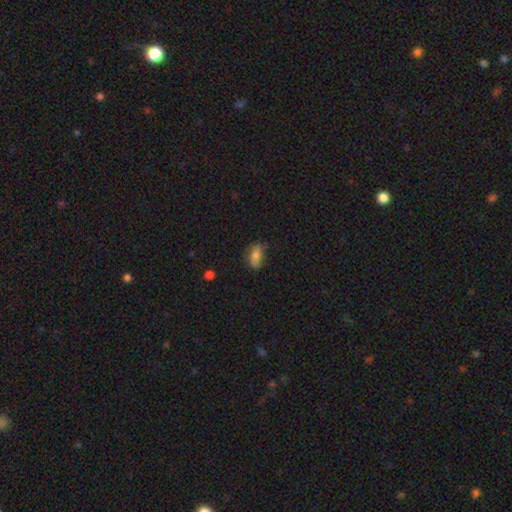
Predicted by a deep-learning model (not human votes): A smooth galaxy with no disk features (75%) that is in between round and cigar-shaped (87%). Merging: none (63%).